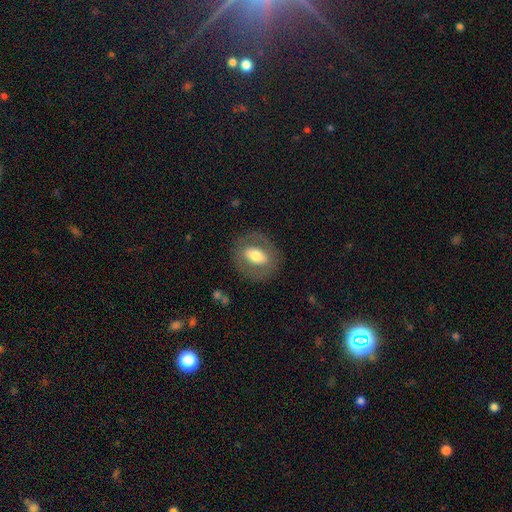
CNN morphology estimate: The model was most divided on "smooth or featured": smooth: 50%, featured or disk: 43%, star or artifact: 7%. More confident: merging — none (81%); how rounded — in between (66%).